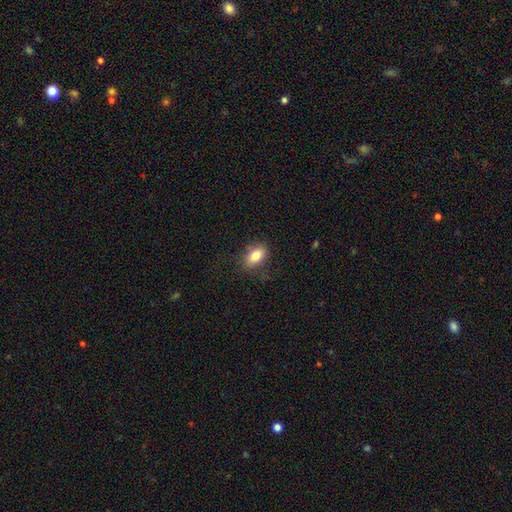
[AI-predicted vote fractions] A smooth galaxy with no disk features (81%) that is in between round and cigar-shaped (86%). Merging: none (78%).